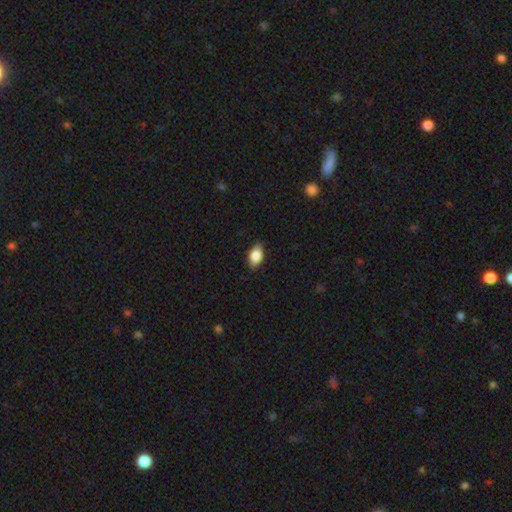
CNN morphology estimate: A smooth galaxy with no disk features (85%) that is in between round and cigar-shaped (90%).

Vote fractions:
- Smooth or featured? smooth: 85% / featured or disk: 8% / star or artifact: 7%
- How rounded? in between: 90% / round: 8% / cigar-shaped: 2%
- Merging? none: 86% / minor disturbance: 11% / major disturbance: 2% / merger: 1%